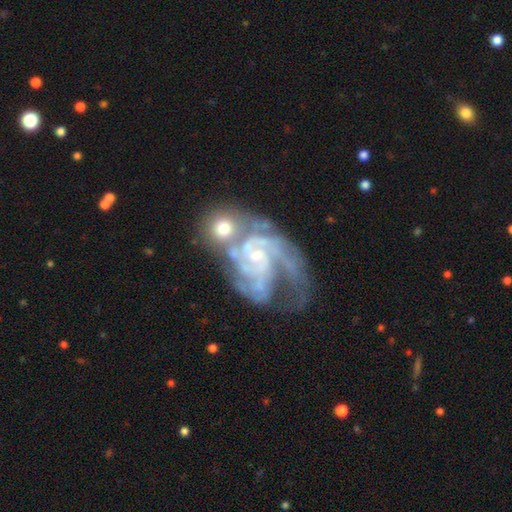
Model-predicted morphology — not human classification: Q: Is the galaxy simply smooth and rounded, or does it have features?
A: featured or disk — 89%.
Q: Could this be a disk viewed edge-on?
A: no — 98%.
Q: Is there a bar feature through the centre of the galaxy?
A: no — 60%.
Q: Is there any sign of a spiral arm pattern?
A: yes — 97%.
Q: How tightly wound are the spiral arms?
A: tight — 44%, tied with medium.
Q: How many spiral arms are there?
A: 3 — 33%.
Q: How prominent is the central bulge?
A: small — 73%.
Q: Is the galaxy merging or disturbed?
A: merger — 34%.